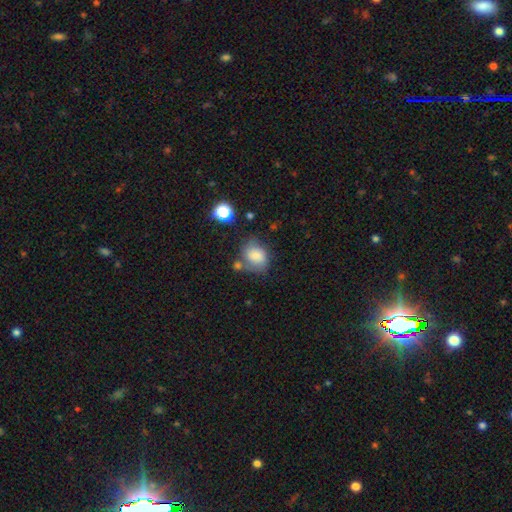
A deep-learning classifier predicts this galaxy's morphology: smooth 76%, featured or disk 13%, star or artifact 10%. Down the decision tree: how rounded — in between (50%); merging — none (50%).